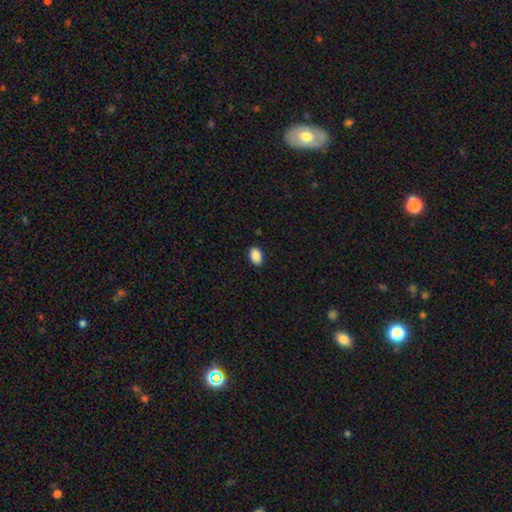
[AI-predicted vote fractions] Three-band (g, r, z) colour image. It shows a smooth galaxy with no disk features (90%) that is in between round and cigar-shaped (90%). Merging: none (89%).